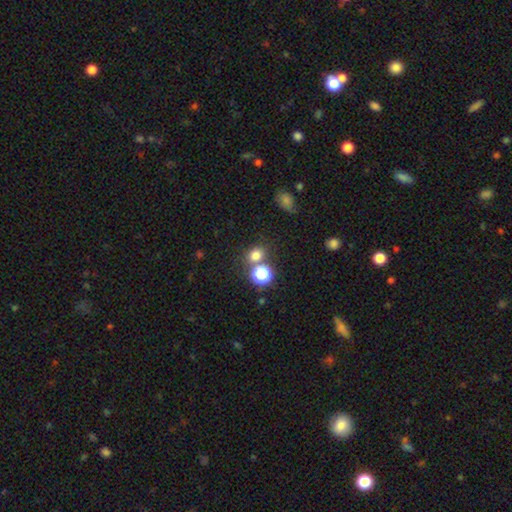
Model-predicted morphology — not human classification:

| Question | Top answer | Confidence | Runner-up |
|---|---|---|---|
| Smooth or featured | smooth | 72% | star or artifact (21%) |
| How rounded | round | 66% | in between (33%) |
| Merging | none | 69% | merger (18%) |